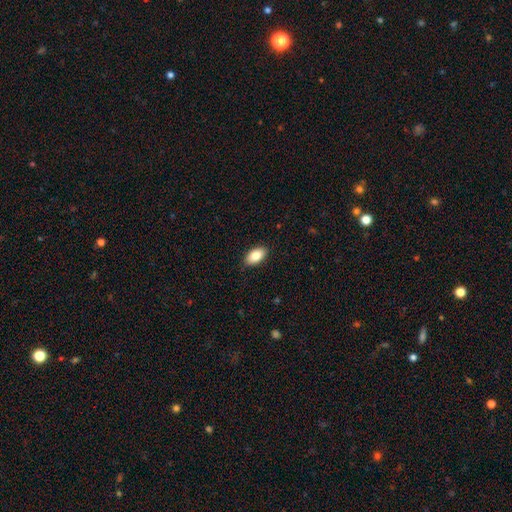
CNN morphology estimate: A smooth galaxy with no disk features (84%) that is in between round and cigar-shaped (93%).

Vote fractions:
- Smooth or featured? smooth: 84% / featured or disk: 9% / star or artifact: 7%
- How rounded? in between: 93% / round: 4% / cigar-shaped: 3%
- Merging? none: 88% / minor disturbance: 9% / major disturbance: 2% / merger: 1%